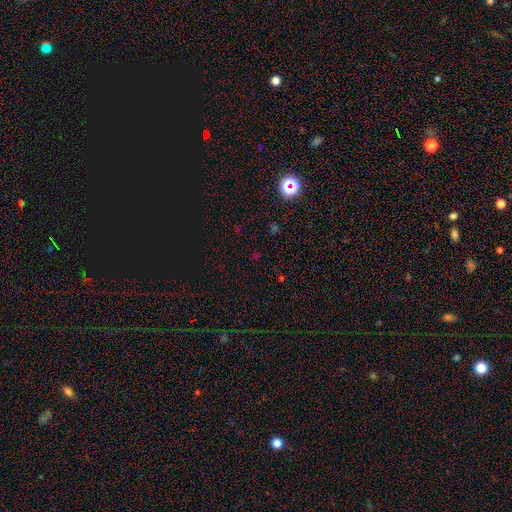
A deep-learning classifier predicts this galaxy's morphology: smooth-or-featured: star or artifact: 63% | smooth: 30% | featured or disk: 7%